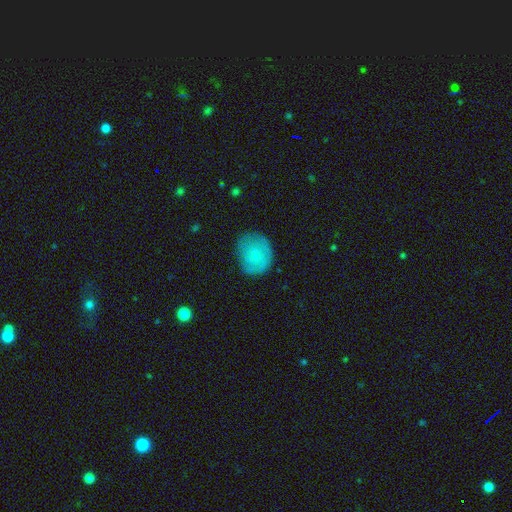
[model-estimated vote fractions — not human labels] Smooth or featured? Predicted: smooth (p=0.68). How rounded? Predicted: round (p=0.70). Merging? Predicted: none (p=0.67).